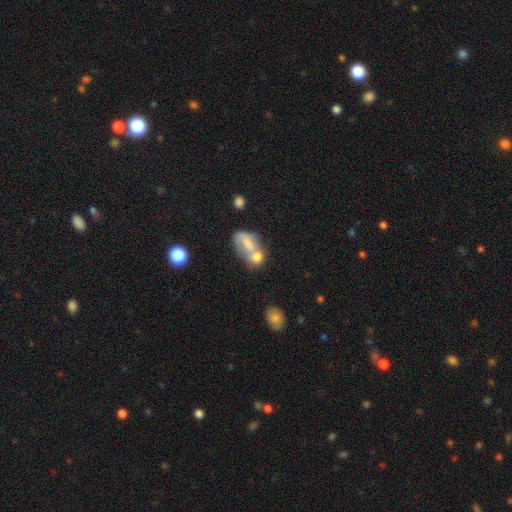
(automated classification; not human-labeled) Q: Smooth or featured?
A: smooth (58%); runner-up: featured or disk (32%)
Q: How rounded?
A: in between (77%); runner-up: round (21%)
Q: Merging?
A: merger (60%); runner-up: none (19%)